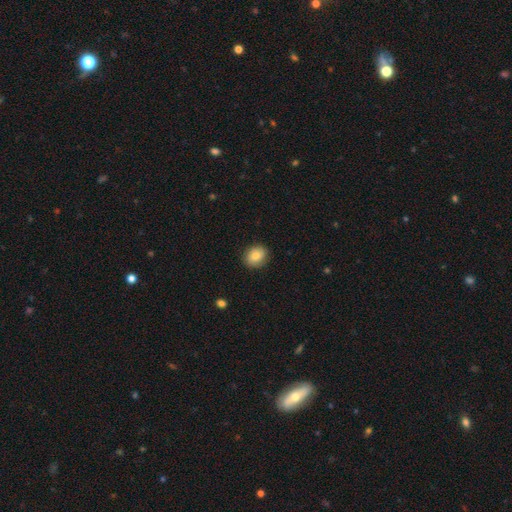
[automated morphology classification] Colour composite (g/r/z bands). It shows a smooth galaxy with no disk features (83%) that is round (51%). Merging: none (86%).